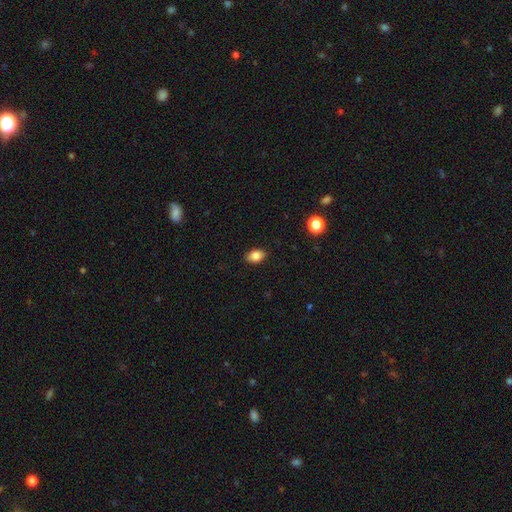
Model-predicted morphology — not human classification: Smooth or featured? smooth (85%)
How rounded? in between (81%)
Merging? none (88%)